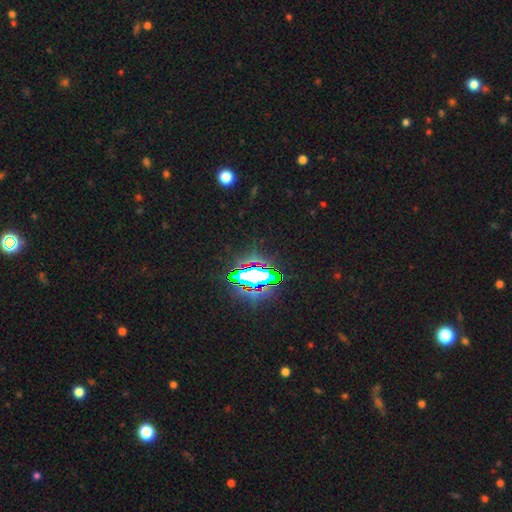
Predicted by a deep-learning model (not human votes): This appears to be a star or artifact, not a galaxy (81%).